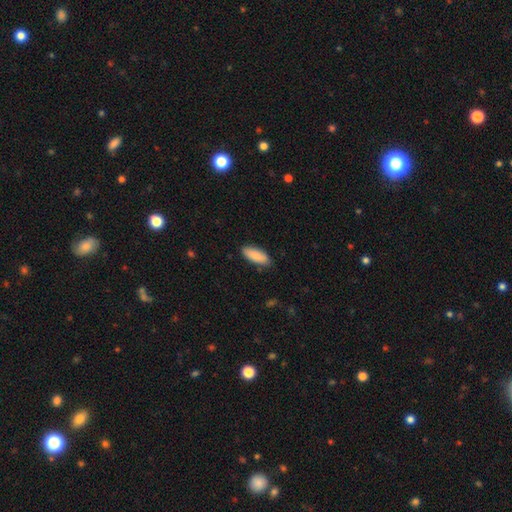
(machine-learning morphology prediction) The model was most divided on "how rounded": in between: 78%, cigar-shaped: 20%, round: 2%. More confident: smooth or featured — smooth (87%); merging — none (84%).